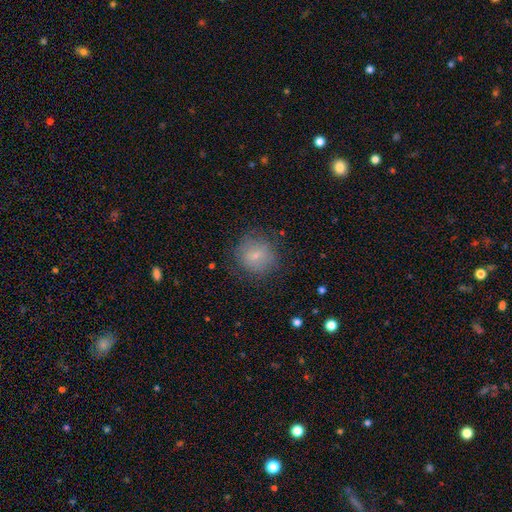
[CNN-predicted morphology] A smooth galaxy with no disk features (74%) that is round (88%). Merging: none (78%).